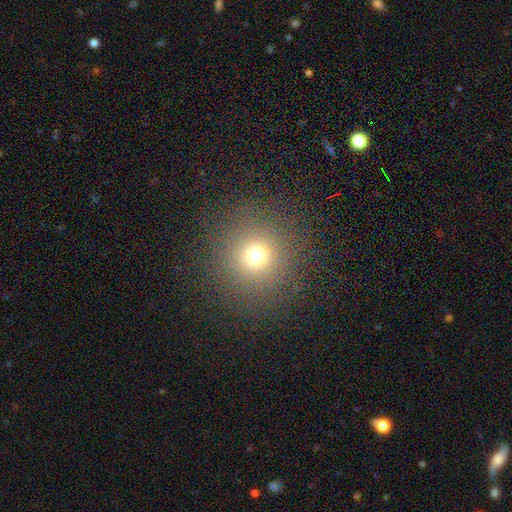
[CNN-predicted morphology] Overall: smooth (70%). How rounded: round (94%). Merging: none (86%).